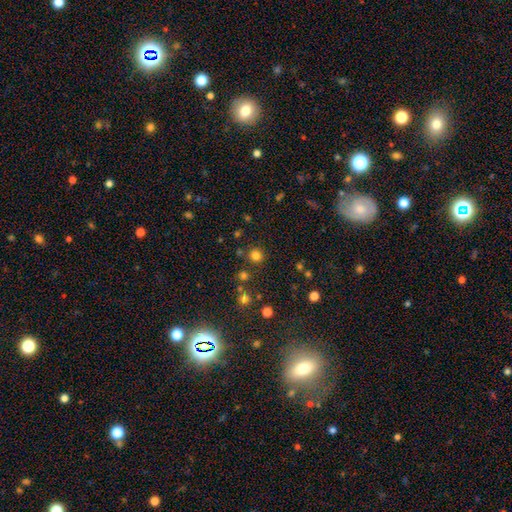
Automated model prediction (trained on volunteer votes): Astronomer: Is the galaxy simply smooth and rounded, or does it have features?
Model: smooth — 78%.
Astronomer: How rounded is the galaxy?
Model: round — 92%.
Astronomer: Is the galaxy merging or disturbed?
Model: none — 86%.